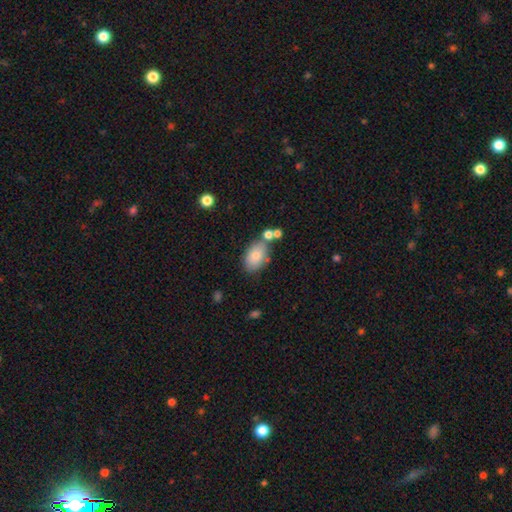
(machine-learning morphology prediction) This appears to be a smooth galaxy with no disk features (78%) that is in between round and cigar-shaped (89%). Merging: none (66%).